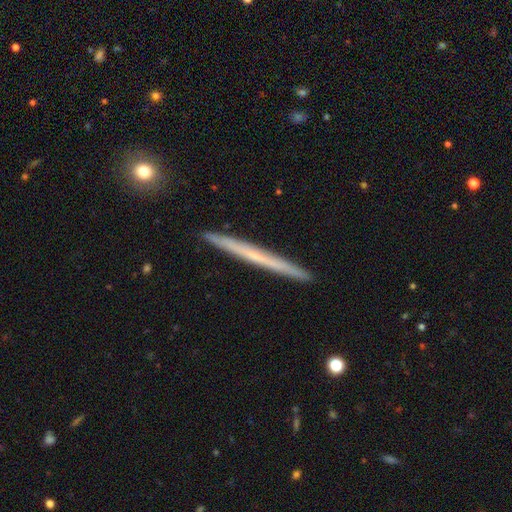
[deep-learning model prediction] A featured or disk galaxy (56%) viewed edge-on (97%) with no central bulge (83%). Merging: none (92%).